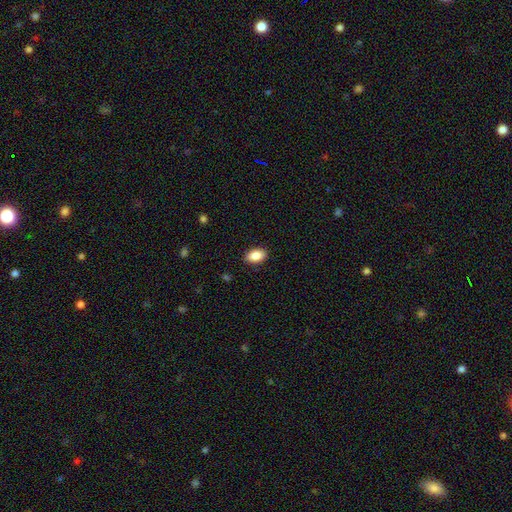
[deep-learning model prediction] smooth_or_featured: smooth (p=0.87) [alt: star or artifact p=0.07]
how_rounded: in between (p=0.91) [alt: round p=0.07]
merging: none (p=0.89) [alt: minor disturbance p=0.08]